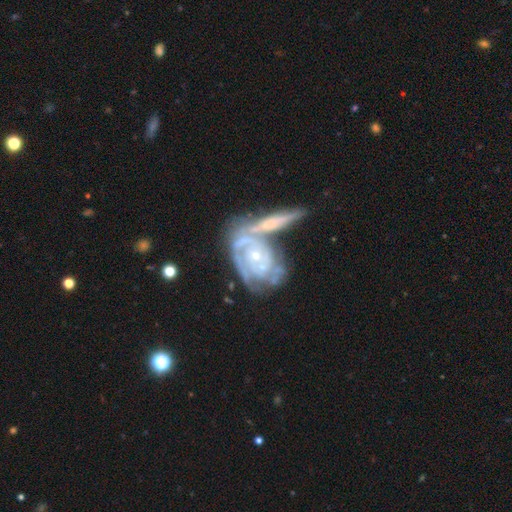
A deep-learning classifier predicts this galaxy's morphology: Smooth or featured: featured or disk — 85% (smooth — 9%)
Edge-on disk: no — 93% (yes — 7%)
Bar: no — 76% (weak — 17%)
Spiral arms: yes — 90% (no — 10%)
Spiral winding: tight — 75% (medium — 20%)
Spiral arm count: can't tell — 44% (2 — 22%)
Bulge size: small — 65% (moderate — 31%)
Merging: merger — 38% (none — 35%)